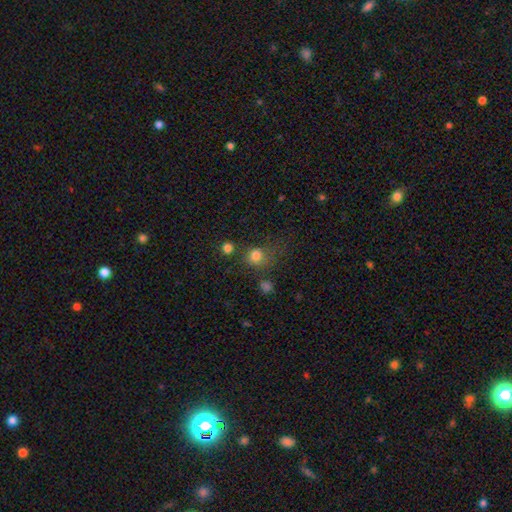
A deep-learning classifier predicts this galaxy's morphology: Smooth or featured? Predicted: smooth (p=0.78). How rounded? Predicted: round (p=0.83). Merging? Predicted: none (p=0.63).